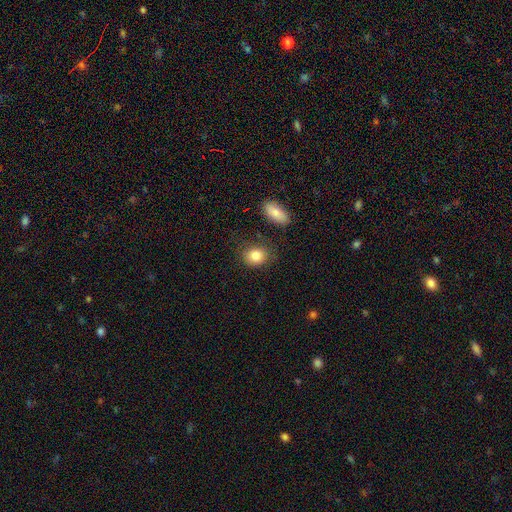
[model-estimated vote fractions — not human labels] Q: Smooth or featured?
A: smooth (84%); runner-up: star or artifact (9%)
Q: How rounded?
A: round (52%); runner-up: in between (46%)
Q: Merging?
A: none (76%); runner-up: minor disturbance (14%)